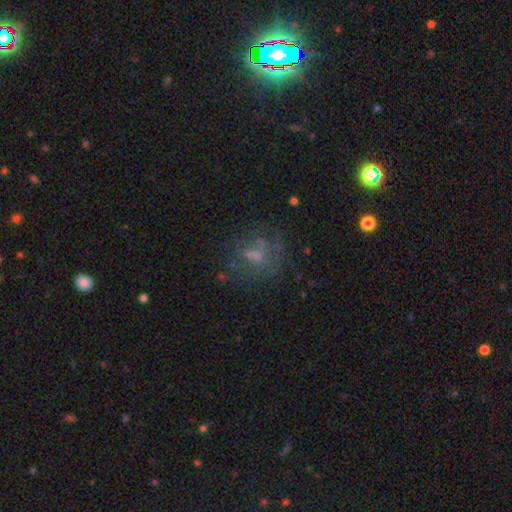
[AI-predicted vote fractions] smooth-or-featured: featured or disk: 41% | smooth: 40% | star or artifact: 19%
  merging: none: 53% | major disturbance: 21% | minor disturbance: 18% | merger: 8%